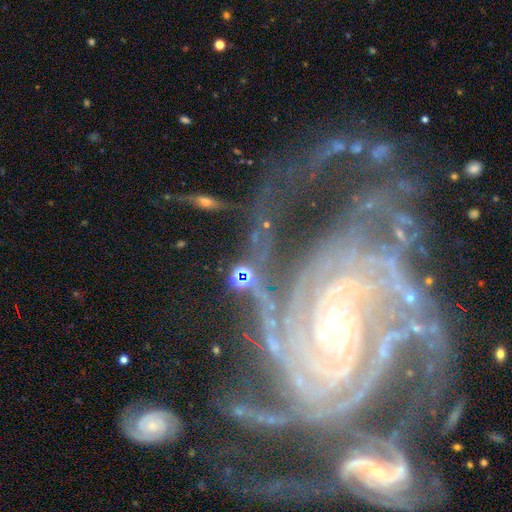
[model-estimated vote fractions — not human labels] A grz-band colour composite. It shows a featured or disk galaxy (92%) with no bar (60%), 4 (21%) tight (72%) spiral arms (98%) and a small central bulge (66%). Merging: none (46%).